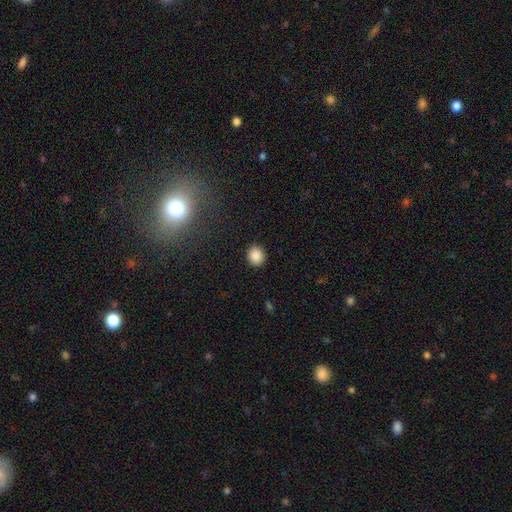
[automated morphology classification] smooth 87%, star or artifact 9%, featured or disk 4%. Down the decision tree: how rounded — round (77%); merging — none (90%).